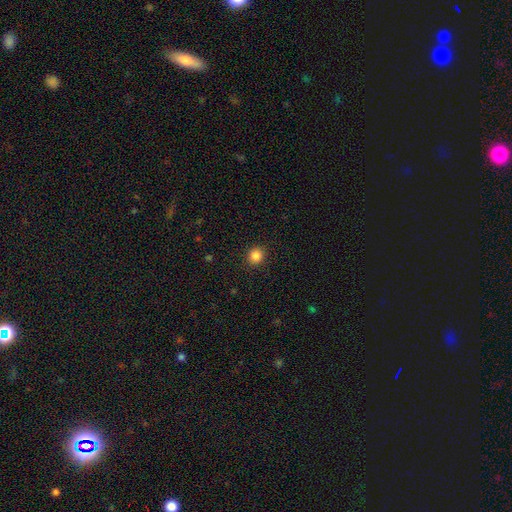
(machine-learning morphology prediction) Smooth or featured? Predicted: smooth (p=0.85). How rounded? Predicted: round (p=0.83). Merging? Predicted: none (p=0.91).